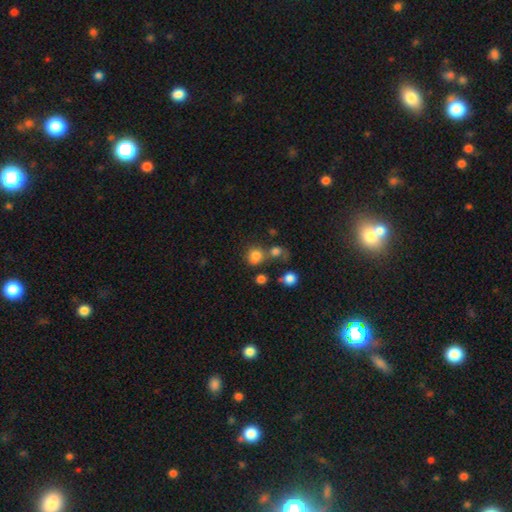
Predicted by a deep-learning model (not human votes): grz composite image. It shows a smooth galaxy with no disk features (79%) that is round (86%). Merging: none (57%).